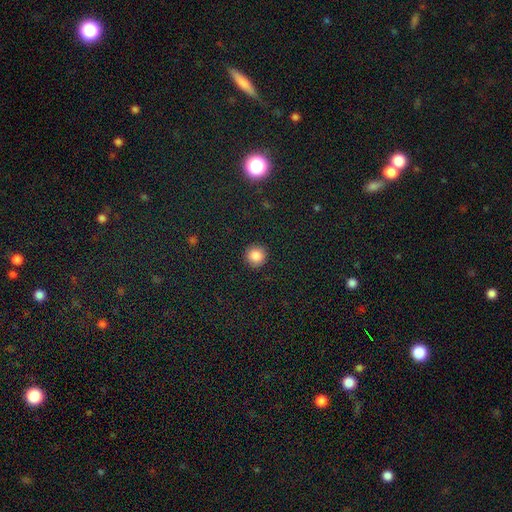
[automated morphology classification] Overall: smooth (85%). How rounded: round (95%). Merging: none (92%).